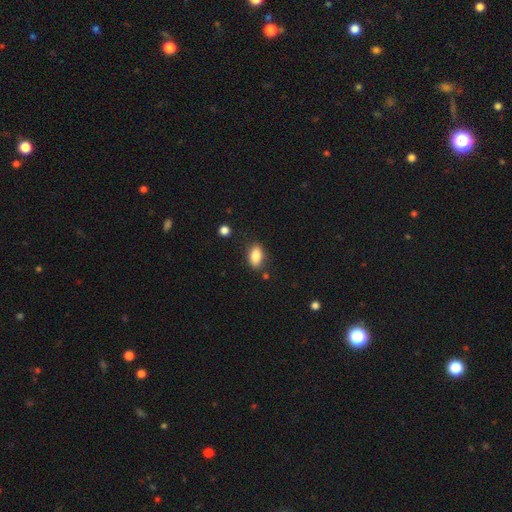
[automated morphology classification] Smooth or featured? Predicted: smooth (p=0.84). How rounded? Predicted: in between (p=0.89). Merging? Predicted: none (p=0.83).